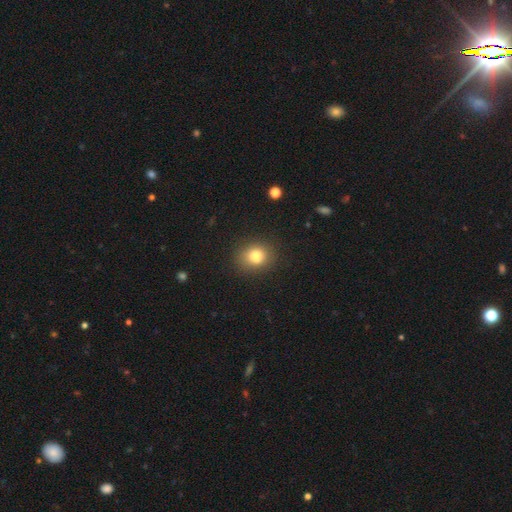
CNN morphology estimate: Smooth or featured? smooth (77%)
How rounded? round (68%)
Merging? none (72%)